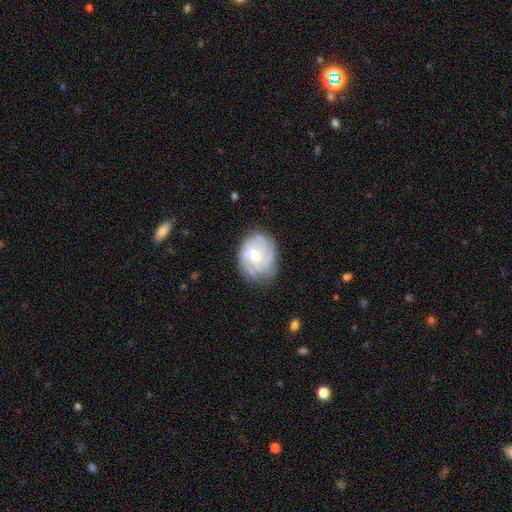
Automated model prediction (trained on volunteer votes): A featured or disk galaxy (65%) with no bar (62%), spiral arms (77%) and a moderate central bulge (68%).

Vote fractions:
- Smooth or featured? featured or disk: 65% / smooth: 28% / star or artifact: 7%
- Edge-on disk? no: 97% / yes: 3%
- Bar? no: 62% / weak: 33% / strong: 5%
- Spiral arms? yes: 77% / no: 23%
- Bulge size? moderate: 68% / small: 21% / large: 8% / none: 2% / dominant: 1%
- Merging? none: 63% / minor disturbance: 25% / major disturbance: 10% / merger: 2%